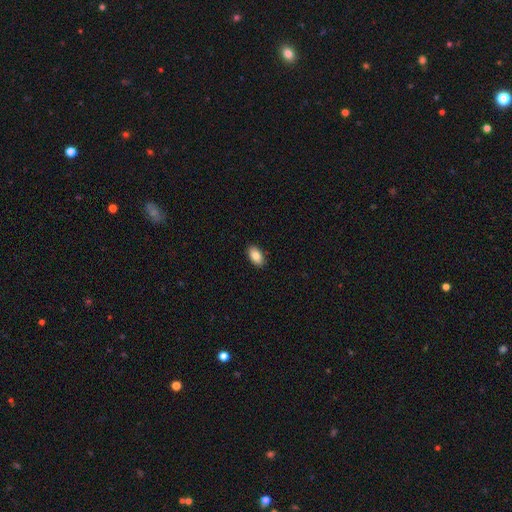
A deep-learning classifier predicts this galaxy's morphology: type=smooth (85%); roundness=in between (94%); merging=none (90%).